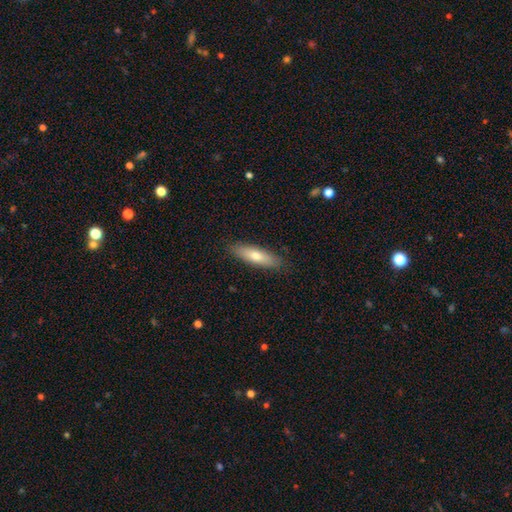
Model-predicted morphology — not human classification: This appears to be a smooth galaxy with no disk features (64%) that is cigar-shaped (65%). Merging: none (88%).